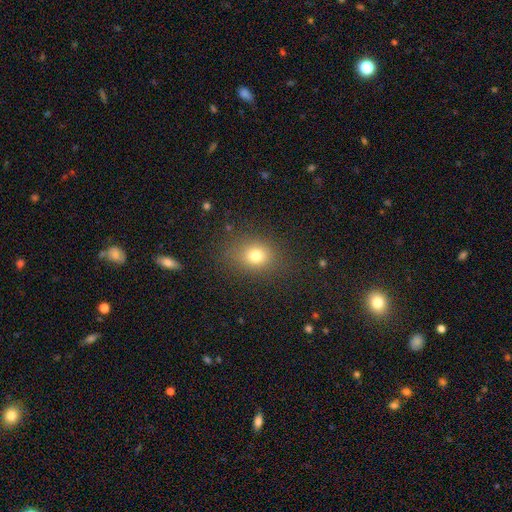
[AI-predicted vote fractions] Smooth or featured?
  - smooth: 76% *
  - star or artifact: 15%
  - featured or disk: 9%
How rounded?
  - round: 51% *
  - in between: 48%
  - cigar-shaped: 1%
Merging?
  - none: 81% *
  - minor disturbance: 12%
  - major disturbance: 5%
  - merger: 1%